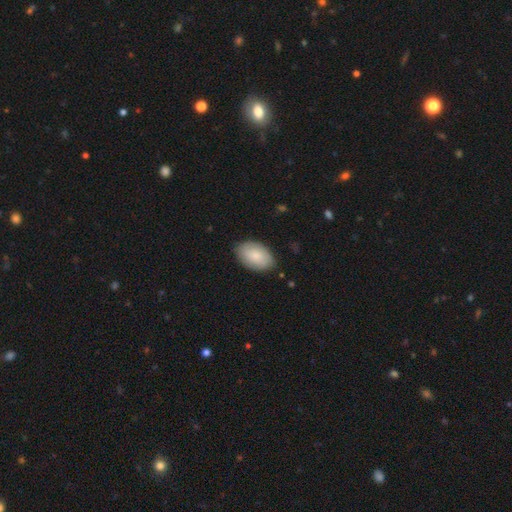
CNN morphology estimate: This is clearly a smooth galaxy (81%). How rounded: clearly in between (92%). Merging: clearly none (83%).